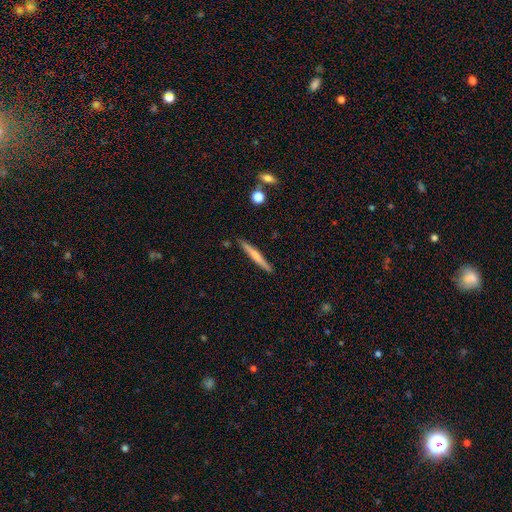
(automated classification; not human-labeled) Smooth or featured? smooth (58%)
How rounded? cigar-shaped (96%)
Merging? none (88%)